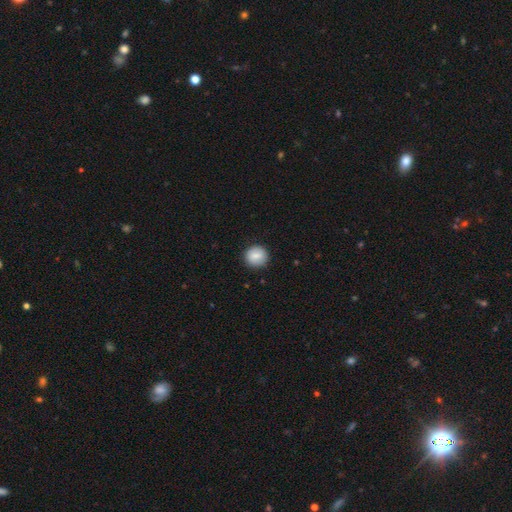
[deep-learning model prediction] A smooth galaxy with no disk features (81%) that is round (90%). Merging: none (89%).